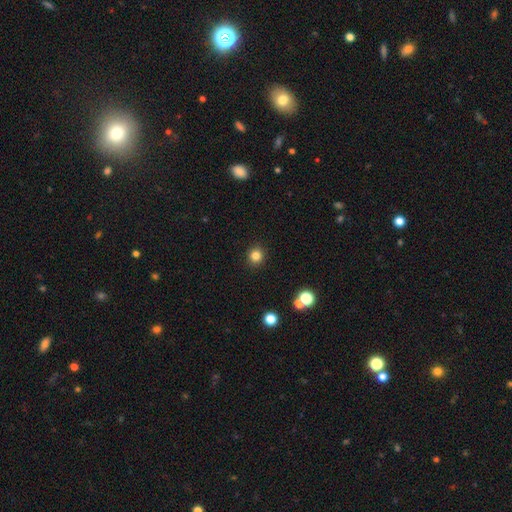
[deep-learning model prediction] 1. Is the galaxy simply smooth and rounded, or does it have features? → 82% smooth, 13% star or artifact, 5% featured or disk.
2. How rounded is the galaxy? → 93% round, 6% in between, 1% cigar-shaped.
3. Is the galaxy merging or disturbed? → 92% none, 5% minor disturbance, 2% major disturbance, 1% merger.